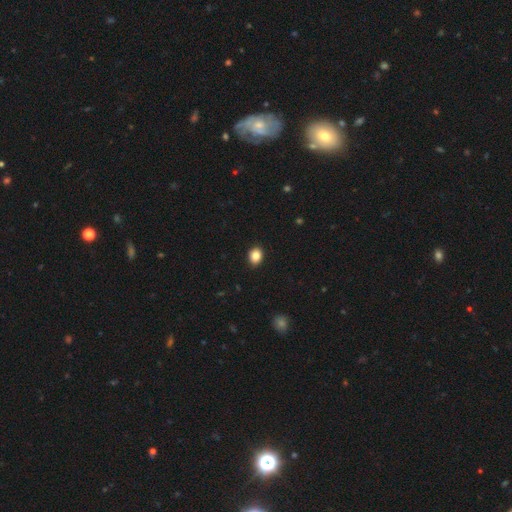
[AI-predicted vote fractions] A smooth galaxy with no disk features (86%) that is in between round and cigar-shaped (51%). Merging: none (90%).